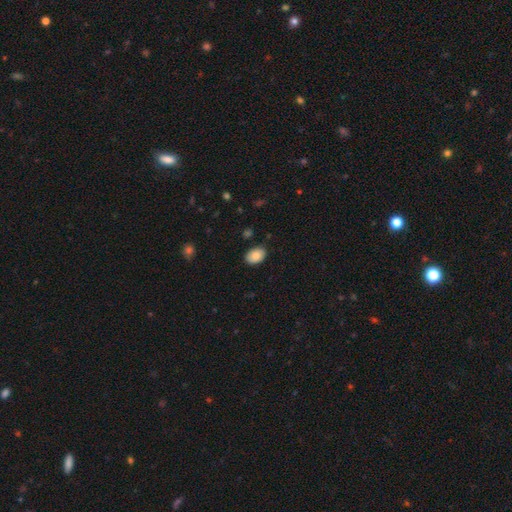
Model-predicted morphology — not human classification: A smooth galaxy with no disk features (84%) that is in between round and cigar-shaped (86%). Merging: none (83%).